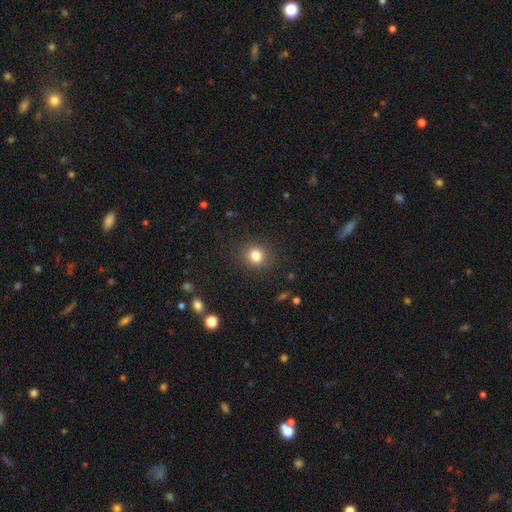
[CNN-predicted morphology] The model was most divided on "how rounded": round: 77%, in between: 22%, cigar-shaped: 1%. More confident: merging — none (88%); smooth or featured — smooth (82%).